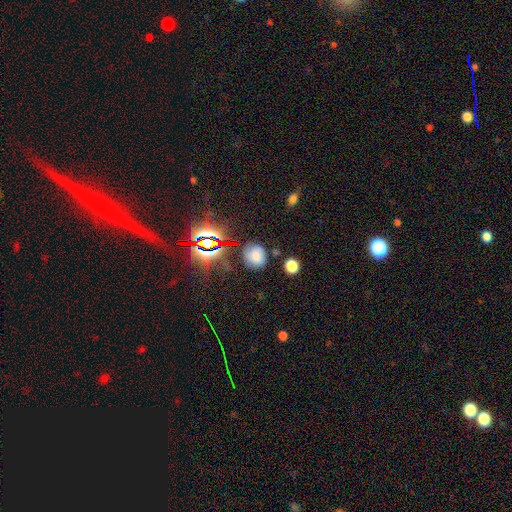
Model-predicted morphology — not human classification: Smooth or featured: smooth — 58% (star or artifact — 23%)
How rounded: round — 63% (in between — 36%)
Merging: none — 66% (minor disturbance — 22%)